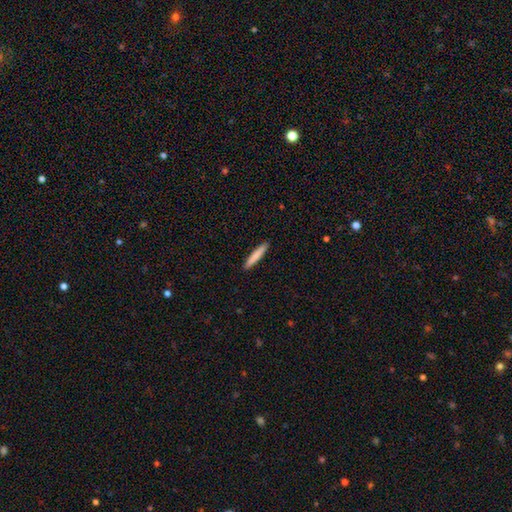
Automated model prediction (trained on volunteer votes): smooth 81%, featured or disk 14%, star or artifact 5%. Down the decision tree: how rounded — cigar-shaped (95%); merging — none (92%).